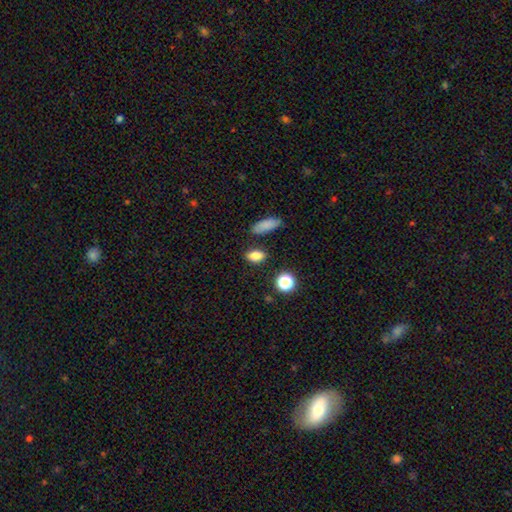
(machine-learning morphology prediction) Smooth or featured: smooth — 83% (star or artifact — 12%)
How rounded: in between — 76% (round — 20%)
Merging: none — 83% (minor disturbance — 10%)